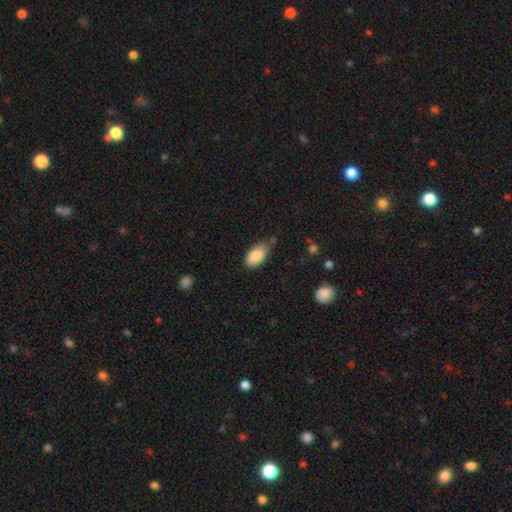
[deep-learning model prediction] smooth-or-featured: smooth: 87% | star or artifact: 7% | featured or disk: 6%
  how-rounded: in between: 93% | round: 4% | cigar-shaped: 3%
  merging: none: 58% | minor disturbance: 33% | major disturbance: 6% | merger: 4%